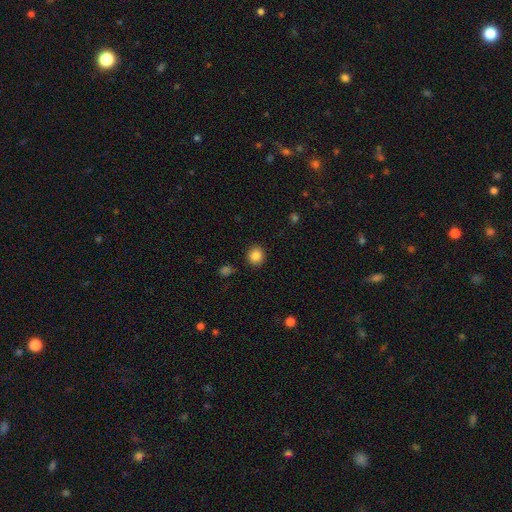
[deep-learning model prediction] A smooth galaxy with no disk features (85%) that is round (87%).

Vote fractions:
- Smooth or featured? smooth: 85% / star or artifact: 10% / featured or disk: 5%
- How rounded? round: 87% / in between: 12% / cigar-shaped: 1%
- Merging? none: 90% / minor disturbance: 6% / major disturbance: 2% / merger: 1%